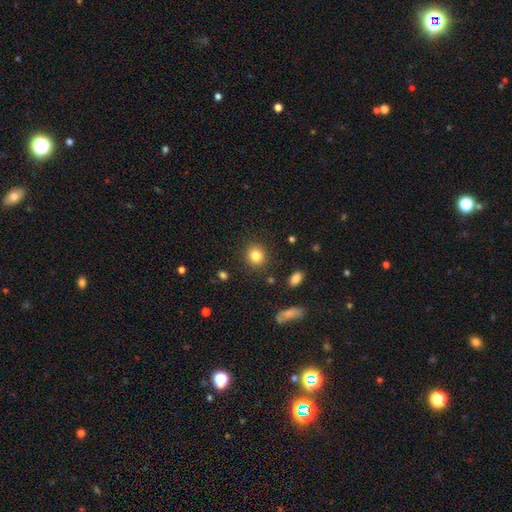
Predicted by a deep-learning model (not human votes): Overall: smooth (83%). How rounded: round (85%). Merging: none (89%).